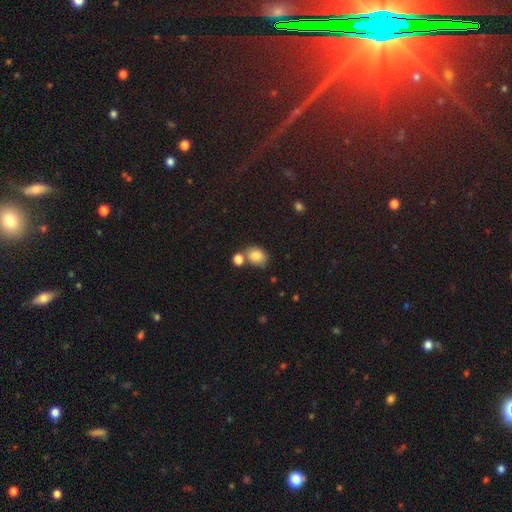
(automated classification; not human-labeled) Smooth or featured?
  - smooth: 83% *
  - star or artifact: 10%
  - featured or disk: 7%
How rounded?
  - in between: 60% *
  - round: 38%
  - cigar-shaped: 1%
Merging?
  - none: 52% *
  - merger: 28%
  - minor disturbance: 15%
  - major disturbance: 5%